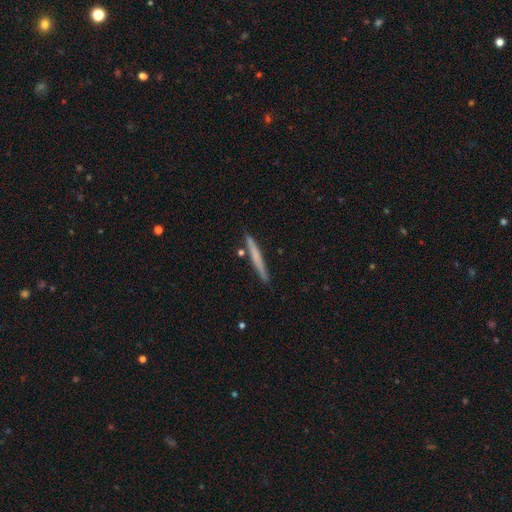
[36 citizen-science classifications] A featured or disk galaxy (50%) viewed edge-on (100%) with no central bulge (89%). Merging: none (89%).